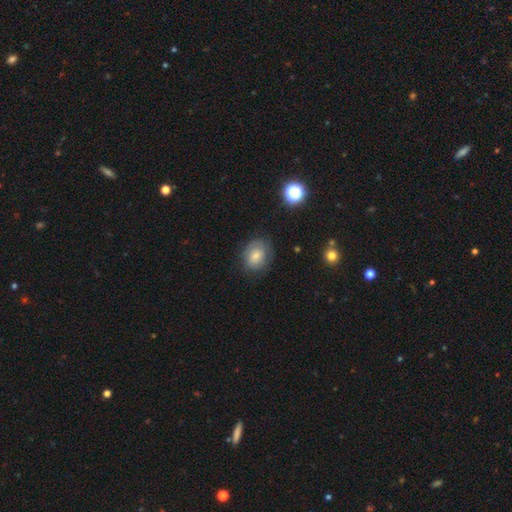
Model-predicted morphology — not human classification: A smooth galaxy with no disk features (59%) that is round (52%).

Vote fractions:
- Smooth or featured? smooth: 59% / featured or disk: 31% / star or artifact: 10%
- How rounded? round: 52% / in between: 46% / cigar-shaped: 1%
- Merging? none: 73% / minor disturbance: 19% / major disturbance: 7% / merger: 1%